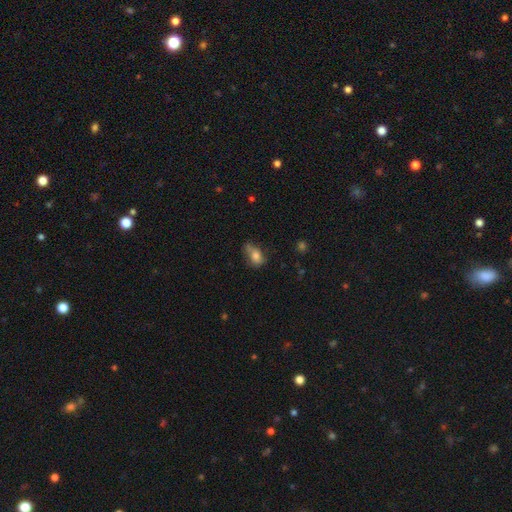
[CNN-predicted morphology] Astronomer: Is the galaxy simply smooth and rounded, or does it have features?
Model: smooth — 72%.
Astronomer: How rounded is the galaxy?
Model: in between — 77%.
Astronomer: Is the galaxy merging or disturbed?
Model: none — 37% (runner-up: minor disturbance, 36%).